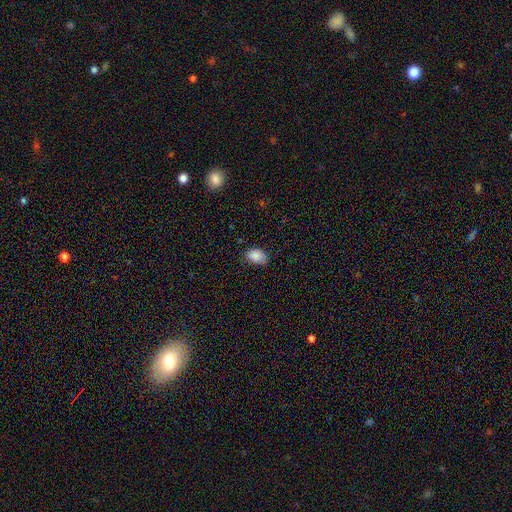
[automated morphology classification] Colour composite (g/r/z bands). It shows a smooth galaxy with no disk features (87%) that is in between round and cigar-shaped (85%). Merging: none (68%).